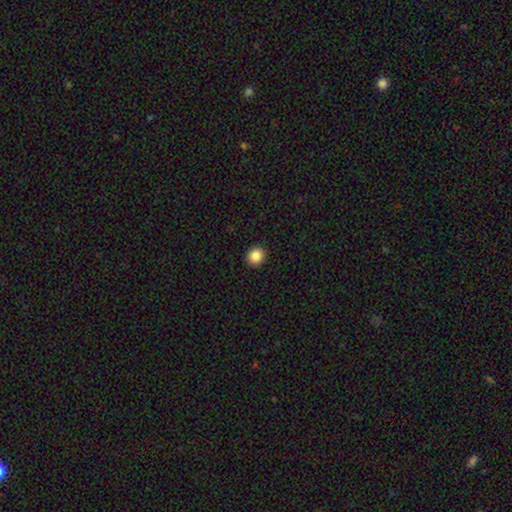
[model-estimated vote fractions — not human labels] Smooth or featured? smooth (87%)
How rounded? round (84%)
Merging? none (92%)